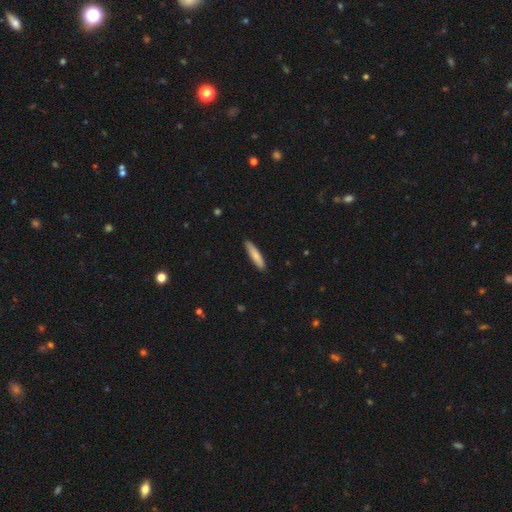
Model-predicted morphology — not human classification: Smooth or featured? smooth (81%)
How rounded? cigar-shaped (84%)
Merging? none (89%)